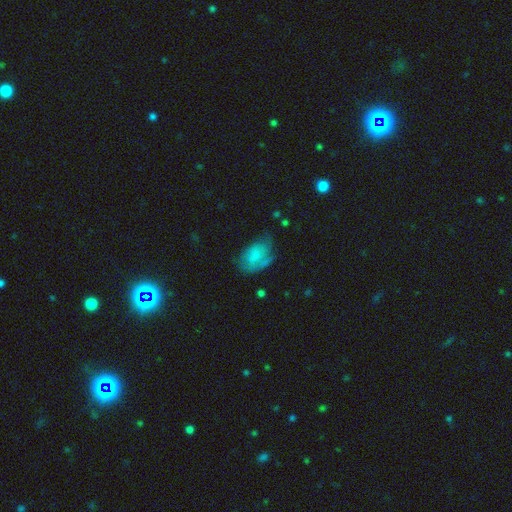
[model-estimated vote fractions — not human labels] smooth-or-featured: smooth: 62% | featured or disk: 29% | star or artifact: 9%
  how-rounded: in between: 88% | round: 10% | cigar-shaped: 2%
  merging: none: 41% | minor disturbance: 33% | major disturbance: 22% | merger: 4%